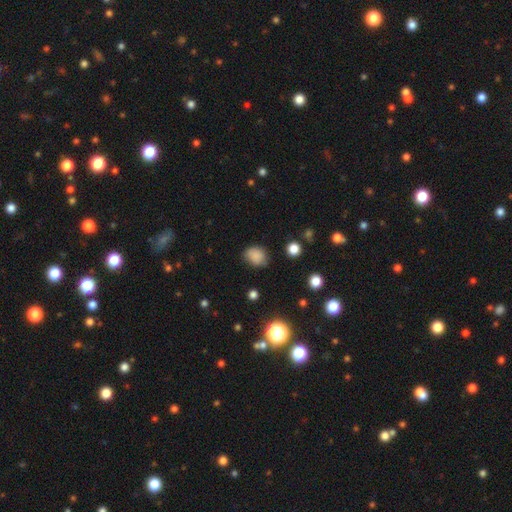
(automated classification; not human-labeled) smooth 83%, star or artifact 12%, featured or disk 5%. Down the decision tree: how rounded — round (55%); merging — none (73%).